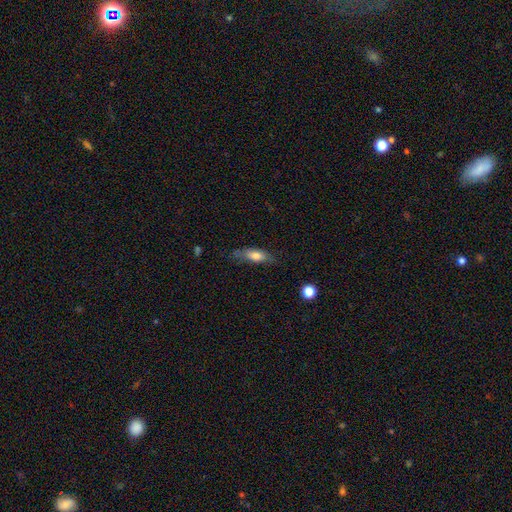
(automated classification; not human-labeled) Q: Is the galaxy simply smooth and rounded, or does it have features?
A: smooth — 70%.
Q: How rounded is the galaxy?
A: in between — 60%.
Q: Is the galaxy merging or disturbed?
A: none — 67%.